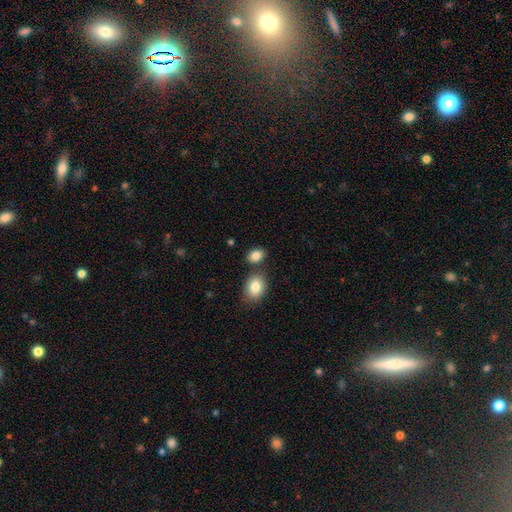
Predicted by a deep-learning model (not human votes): A smooth galaxy with no disk features (86%) that is in between round and cigar-shaped (72%). Merging: none (71%).